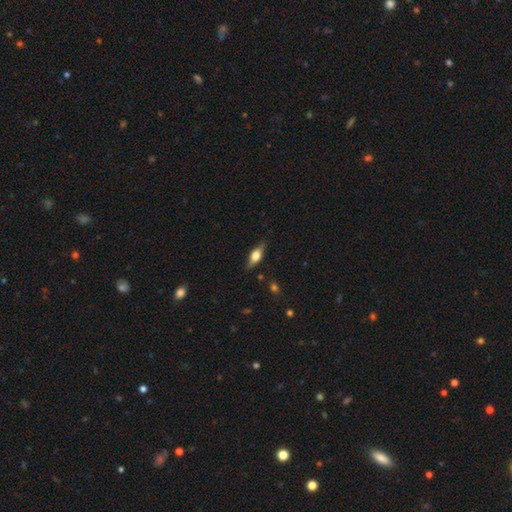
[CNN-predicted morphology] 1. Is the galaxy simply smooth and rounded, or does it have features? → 51% smooth, 41% featured or disk, 7% star or artifact.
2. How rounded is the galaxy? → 69% in between, 25% cigar-shaped, 6% round.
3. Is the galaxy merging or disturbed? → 80% none, 15% minor disturbance, 4% major disturbance, 1% merger.